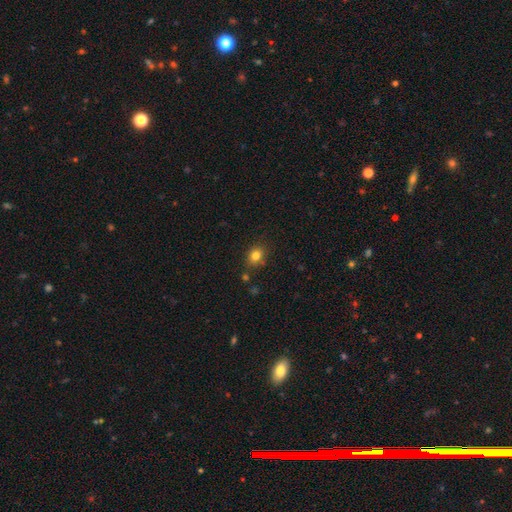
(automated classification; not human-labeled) Morphology: type=smooth (81%); roundness=round (51%); merging=none (80%).